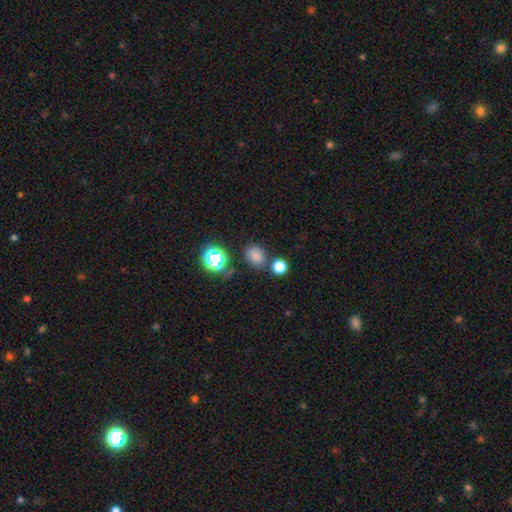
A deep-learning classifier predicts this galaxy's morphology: This is likely a smooth galaxy (73%). How rounded: possibly in between (59%). Merging: likely none (74%).